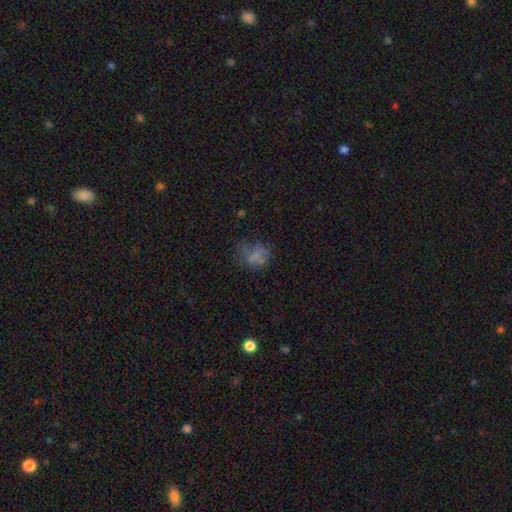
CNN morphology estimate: Smooth or featured? smooth (53%)
How rounded? round (55%)
Merging? none (46%)